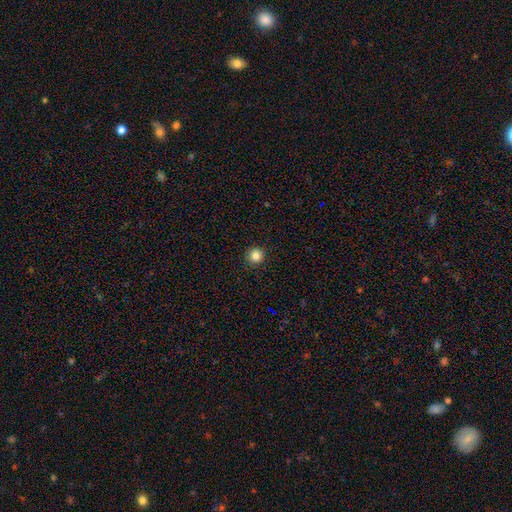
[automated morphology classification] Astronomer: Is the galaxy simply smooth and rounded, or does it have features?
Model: smooth — 85%.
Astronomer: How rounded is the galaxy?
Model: round — 95%.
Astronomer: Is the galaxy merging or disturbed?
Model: none — 92%.